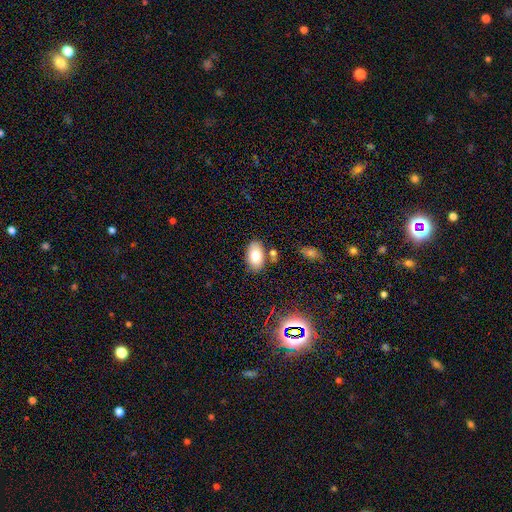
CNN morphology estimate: smooth-or-featured: smooth: 80% | featured or disk: 11% | star or artifact: 9%
  how-rounded: in between: 92% | round: 7% | cigar-shaped: 1%
  merging: none: 75% | minor disturbance: 14% | merger: 7% | major disturbance: 3%